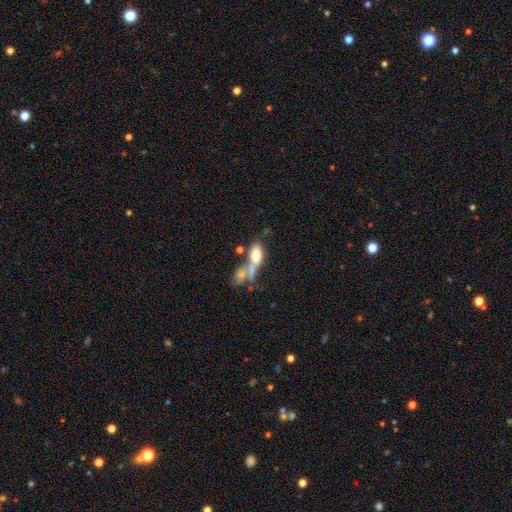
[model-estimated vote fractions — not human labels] A smooth galaxy with no disk features (70%) that is in between round and cigar-shaped (80%). Merging: merger (49%).